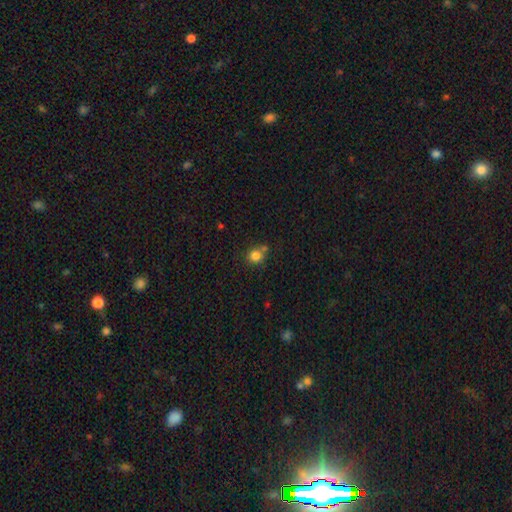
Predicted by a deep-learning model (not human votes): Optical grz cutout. It shows a smooth galaxy with no disk features (81%) that is round (84%). Merging: none (60%).